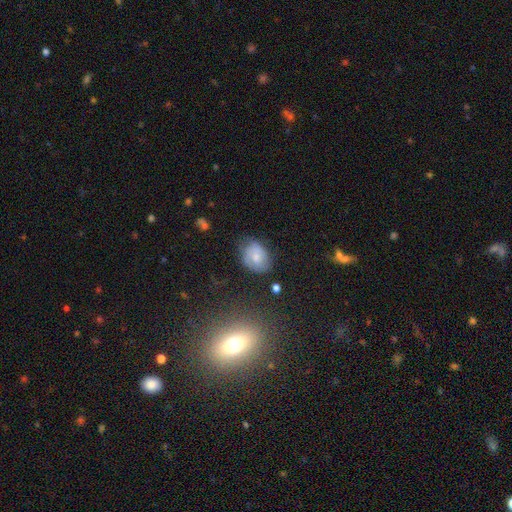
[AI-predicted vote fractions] The model was most divided on "how rounded": in between: 61%, round: 38%, cigar-shaped: 1%. More confident: smooth or featured — smooth (60%); merging — none (56%).